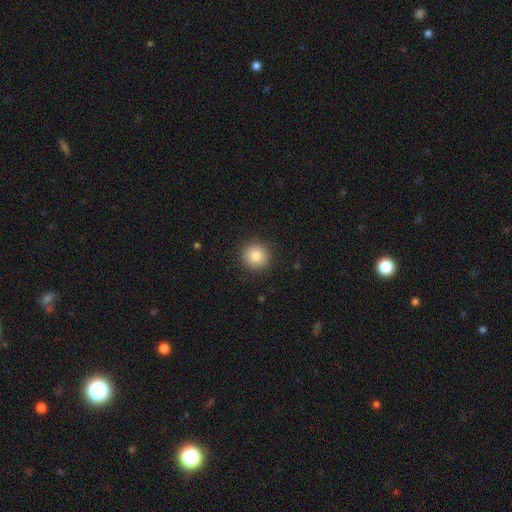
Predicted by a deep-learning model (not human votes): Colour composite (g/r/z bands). It shows a smooth galaxy with no disk features (84%) that is round (93%). Merging: none (91%).